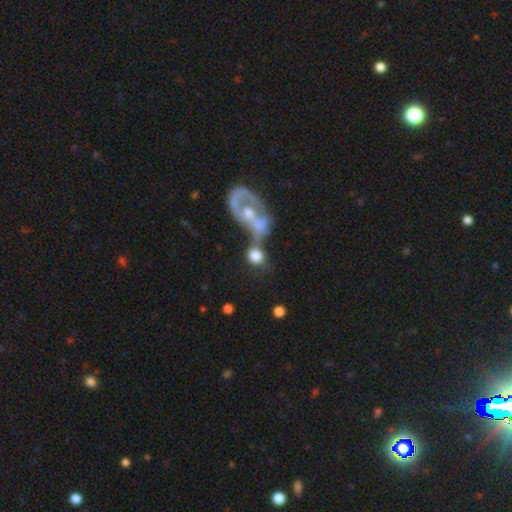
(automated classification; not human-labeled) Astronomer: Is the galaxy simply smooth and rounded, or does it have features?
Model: smooth — 65%.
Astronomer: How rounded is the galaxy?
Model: round — 75%.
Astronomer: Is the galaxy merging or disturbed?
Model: merger — 56%.